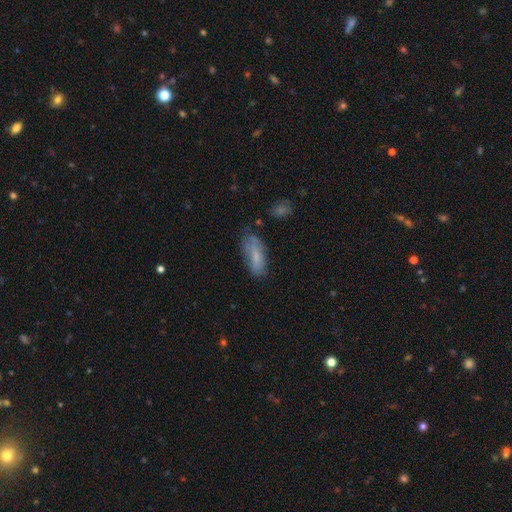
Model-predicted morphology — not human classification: This appears to be a smooth galaxy with no disk features (70%) that is in between round and cigar-shaped (74%). Merging: none (59%).